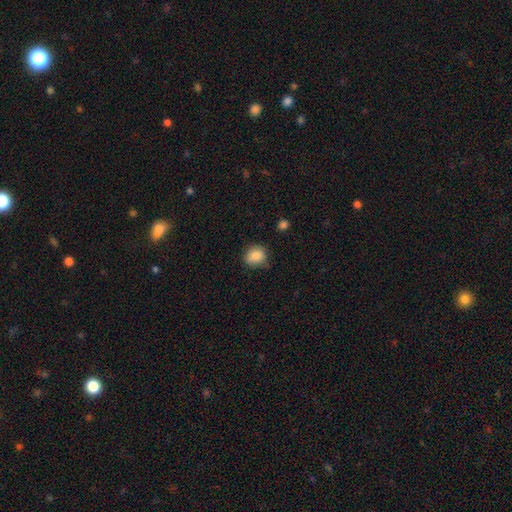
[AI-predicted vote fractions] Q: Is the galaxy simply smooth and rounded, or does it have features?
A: smooth — 86%.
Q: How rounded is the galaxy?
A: round — 70%.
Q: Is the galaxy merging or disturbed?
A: none — 74%.